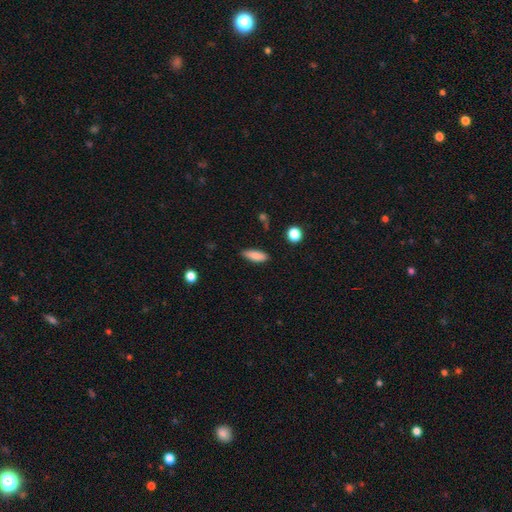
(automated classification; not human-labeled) Q: Smooth or featured?
A: smooth (85%); runner-up: featured or disk (8%)
Q: How rounded?
A: in between (58%); runner-up: cigar-shaped (40%)
Q: Merging?
A: none (84%); runner-up: minor disturbance (12%)